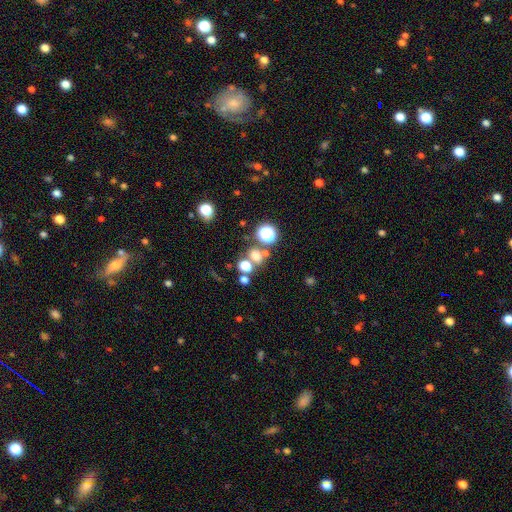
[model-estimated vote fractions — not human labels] A smooth galaxy with no disk features (62%) that is round (65%). Merging: none (59%).